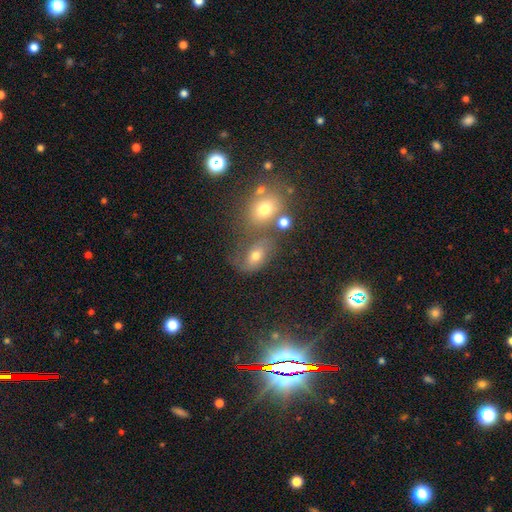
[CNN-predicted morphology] A smooth galaxy with no disk features (57%) that is in between round and cigar-shaped (74%).

Vote fractions:
- Smooth or featured? smooth: 57% / featured or disk: 22% / star or artifact: 20%
- How rounded? in between: 74% / round: 23% / cigar-shaped: 3%
- Merging? none: 44% / merger: 26% / minor disturbance: 17% / major disturbance: 13%